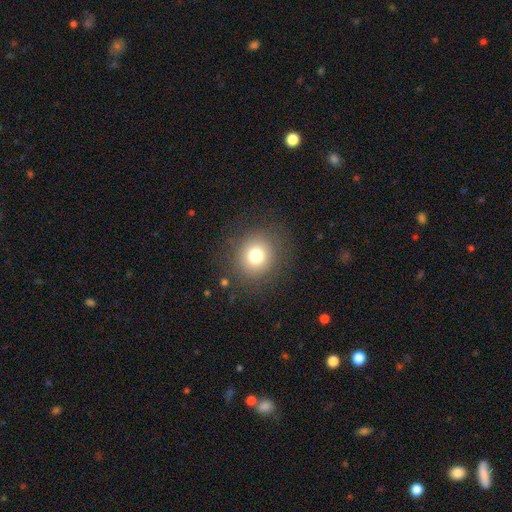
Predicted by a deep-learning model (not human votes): Smooth or featured: smooth — 76% (star or artifact — 14%)
How rounded: round — 86% (in between — 13%)
Merging: none — 86% (minor disturbance — 8%)